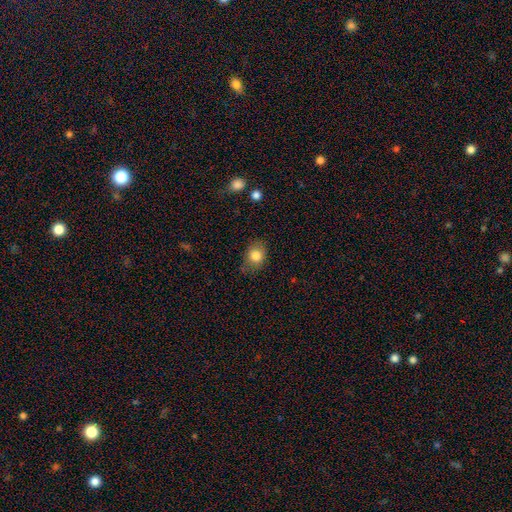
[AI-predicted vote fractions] A smooth galaxy with no disk features (82%) that is in between round and cigar-shaped (54%). Merging: none (72%).